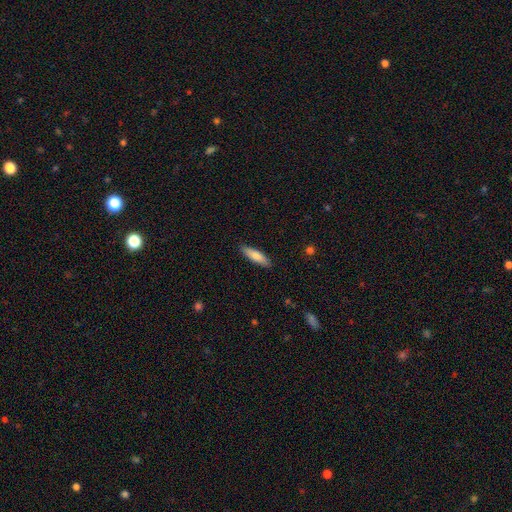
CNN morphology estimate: Smooth or featured? smooth (79%)
How rounded? cigar-shaped (65%)
Merging? none (88%)